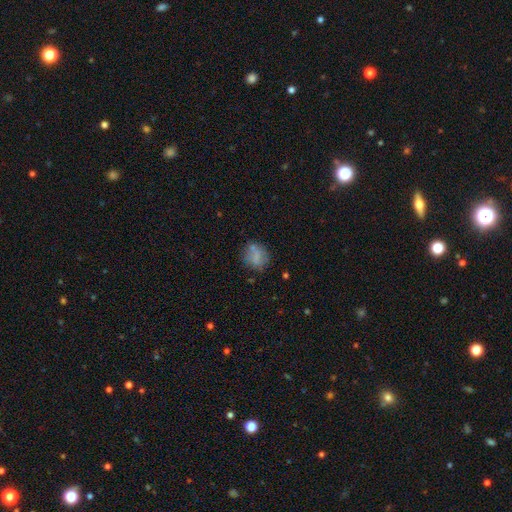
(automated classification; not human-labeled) A smooth galaxy with no disk features (71%) that is round (74%). Merging: none (64%).